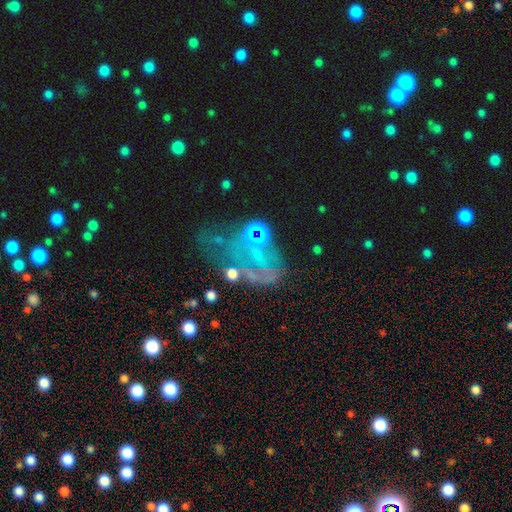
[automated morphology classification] smooth-or-featured: featured or disk: 45% | star or artifact: 36% | smooth: 19%
  merging: major disturbance: 40% | none: 29% | merger: 17% | minor disturbance: 14%